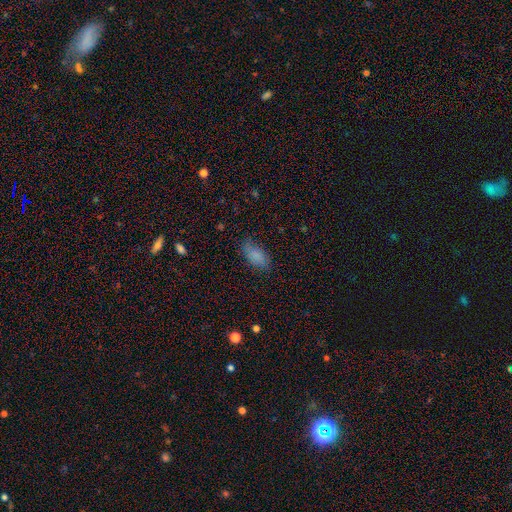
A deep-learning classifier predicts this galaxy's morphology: type=smooth (84%); roundness=in between (91%); merging=none (74%).